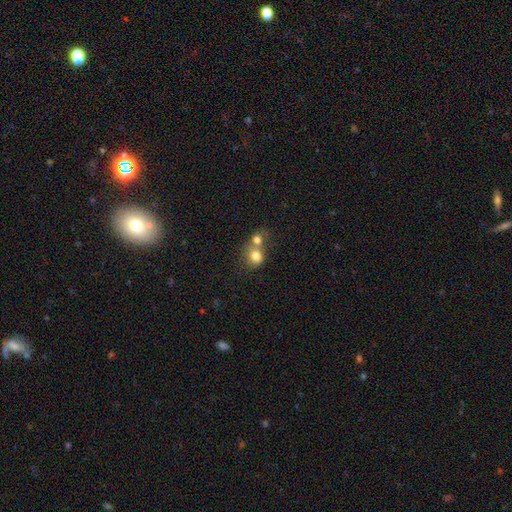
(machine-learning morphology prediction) Q: Smooth or featured?
A: smooth (78%); runner-up: featured or disk (12%)
Q: How rounded?
A: round (69%); runner-up: in between (30%)
Q: Merging?
A: merger (62%); runner-up: none (27%)